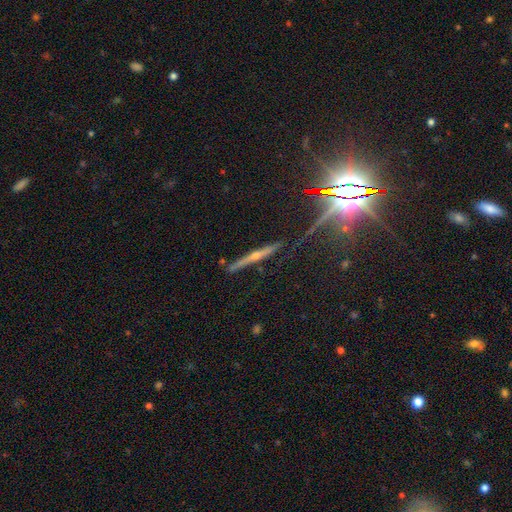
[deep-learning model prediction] smooth_or_featured: featured or disk (p=0.66) [alt: star or artifact p=0.18]
disk_edge_on: yes (p=0.96) [alt: no p=0.04]
edge_on_bulge: rounded (p=0.81) [alt: none p=0.14]
merging: none (p=0.85) [alt: minor disturbance p=0.10]